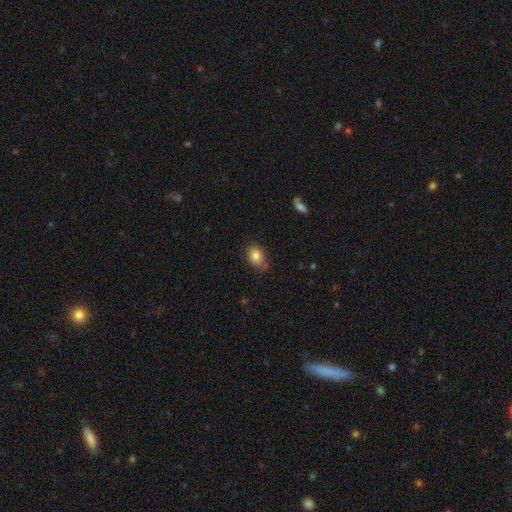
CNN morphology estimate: Overall: smooth (85%). How rounded: in between (70%). Merging: none (66%; minor disturbance 27%).